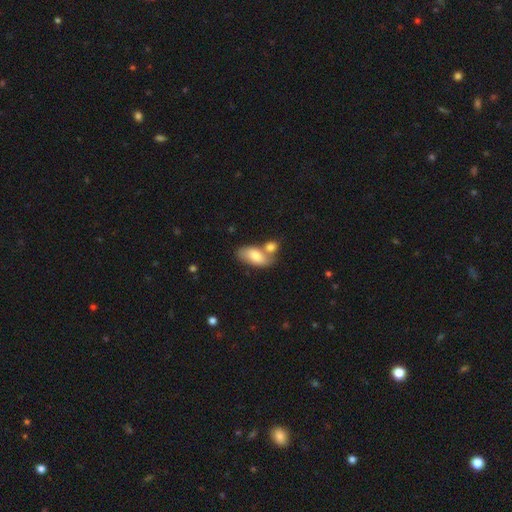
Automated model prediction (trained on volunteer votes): smooth_or_featured: smooth (p=0.75) [alt: featured or disk p=0.19]
how_rounded: in between (p=0.89) [alt: cigar-shaped p=0.06]
merging: merger (p=0.43) [alt: none p=0.42]